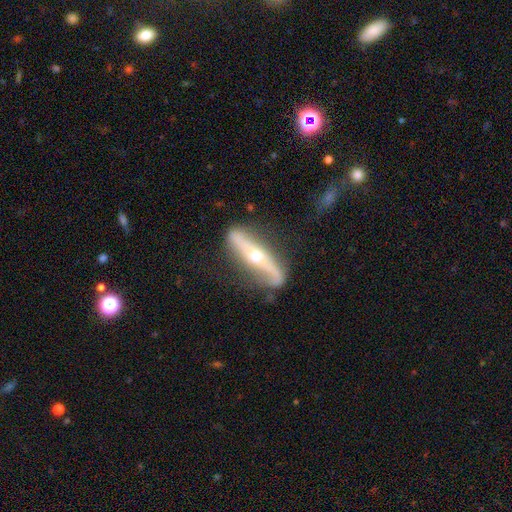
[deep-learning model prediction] Smooth or featured? featured or disk (80%)
Edge-on disk? yes (62%)
Merging? none (73%)